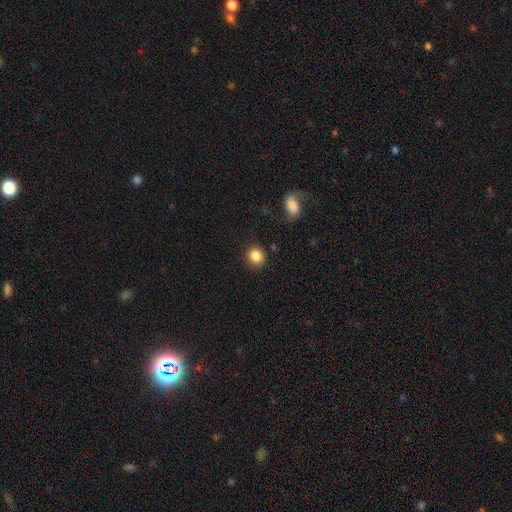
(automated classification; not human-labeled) smooth-or-featured: smooth: 86% | star or artifact: 9% | featured or disk: 4%
  how-rounded: round: 84% | in between: 15% | cigar-shaped: 1%
  merging: none: 86% | minor disturbance: 9% | major disturbance: 3% | merger: 2%